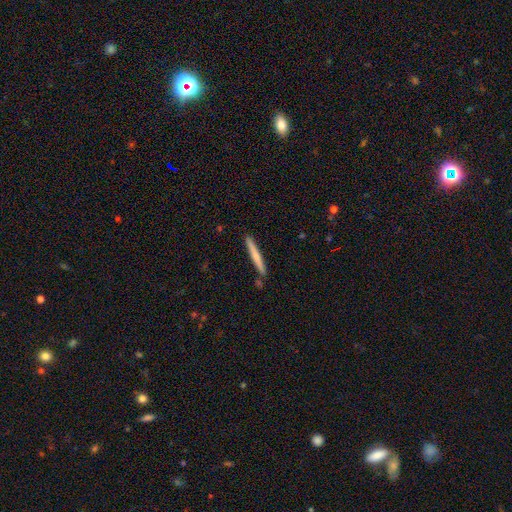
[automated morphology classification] A smooth galaxy with no disk features (64%) that is cigar-shaped (97%).

Vote fractions:
- Smooth or featured? smooth: 64% / featured or disk: 30% / star or artifact: 5%
- How rounded? cigar-shaped: 97% / in between: 2% / round: 1%
- Merging? none: 88% / minor disturbance: 8% / merger: 3% / major disturbance: 1%